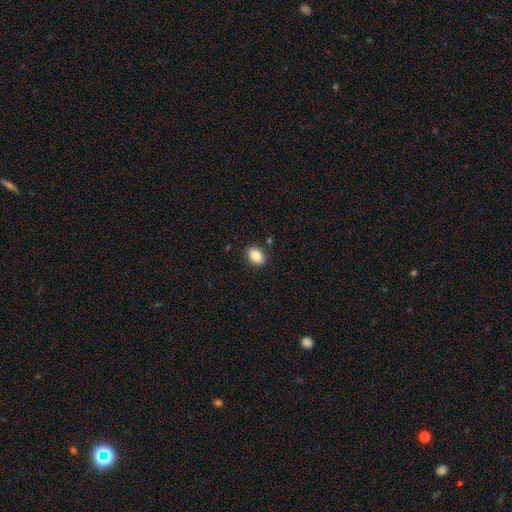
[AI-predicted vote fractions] Smooth or featured? Predicted: smooth (p=0.86). How rounded? Predicted: in between (p=0.83). Merging? Predicted: none (p=0.87).